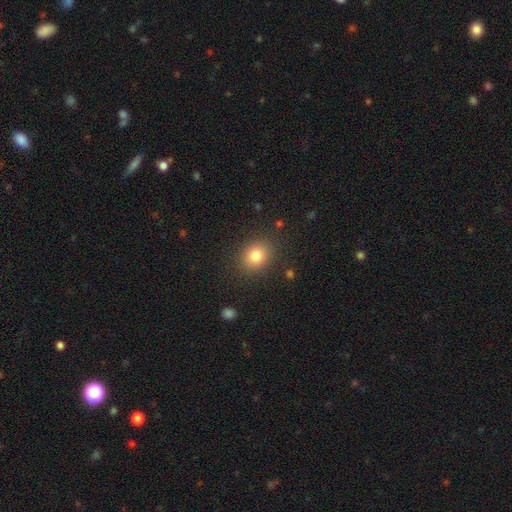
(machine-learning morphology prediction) Smooth or featured? Predicted: smooth (p=0.81). How rounded? Predicted: round (p=0.60). Merging? Predicted: none (p=0.86).